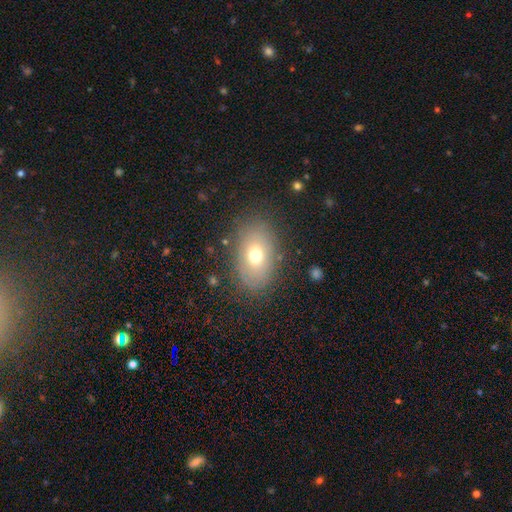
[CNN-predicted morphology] Smooth or featured? Predicted: smooth (p=0.66). How rounded? Predicted: in between (p=0.86). Merging? Predicted: none (p=0.83).